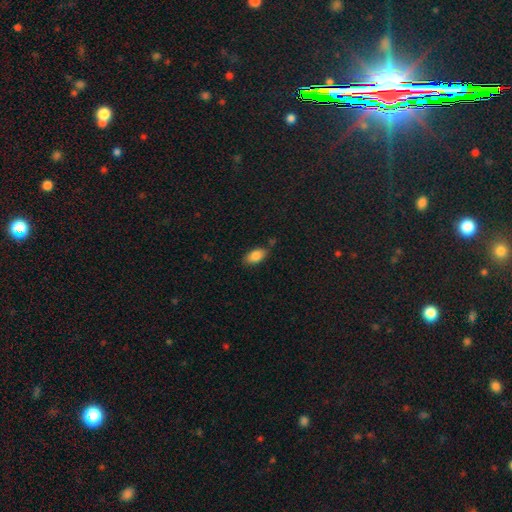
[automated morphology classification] A smooth galaxy with no disk features (83%) that is in between round and cigar-shaped (91%). Merging: none (76%).